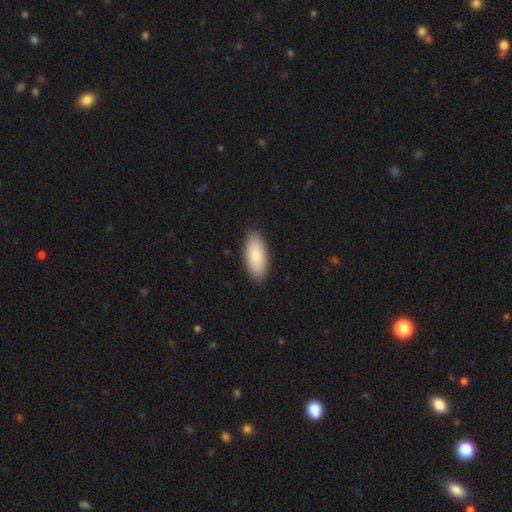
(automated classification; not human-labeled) smooth_or_featured: smooth (p=0.85) [alt: featured or disk p=0.10]
how_rounded: in between (p=0.86) [alt: cigar-shaped p=0.12]
merging: none (p=0.88) [alt: minor disturbance p=0.09]